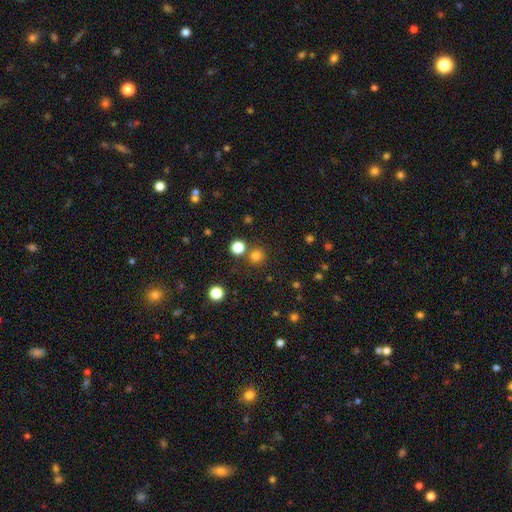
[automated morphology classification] This appears to be a smooth galaxy with no disk features (78%) that is round (93%). Merging: none (81%).